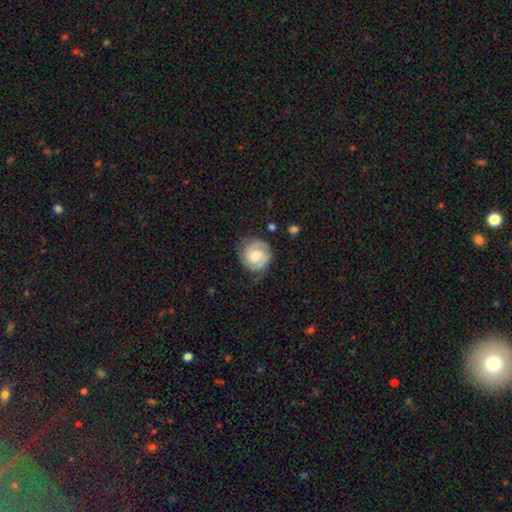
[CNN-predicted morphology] smooth-or-featured: featured or disk: 73% | smooth: 21% | star or artifact: 6%
  disk-edge-on: no: 98% | yes: 2%
    bar: no: 56% | weak: 38% | strong: 7%
    has-spiral-arms: yes: 94% | no: 6%
      spiral-winding: tight: 60% | medium: 32% | loose: 8%
      spiral-arm-count: 2: 71% | can't tell: 13% | 3: 9% | 1: 4% | 4: 2% | more than 4: 2%
    bulge-size: moderate: 61% | small: 31% | large: 5% | none: 2% | dominant: 1%
  merging: none: 75% | minor disturbance: 18% | major disturbance: 6% | merger: 1%